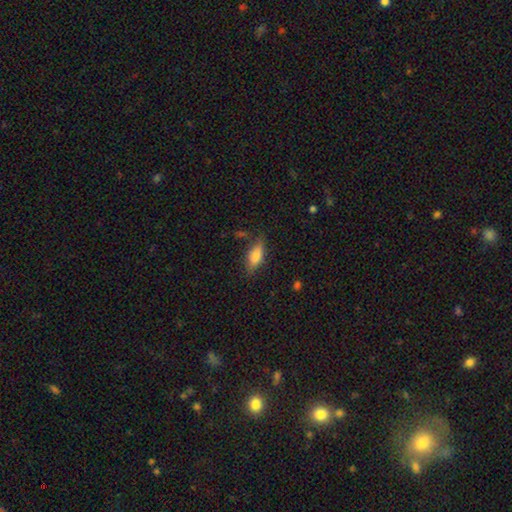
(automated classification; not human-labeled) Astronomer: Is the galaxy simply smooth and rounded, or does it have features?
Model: smooth — 71%.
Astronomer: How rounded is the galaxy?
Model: in between — 71%.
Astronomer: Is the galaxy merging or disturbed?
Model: none — 73%.